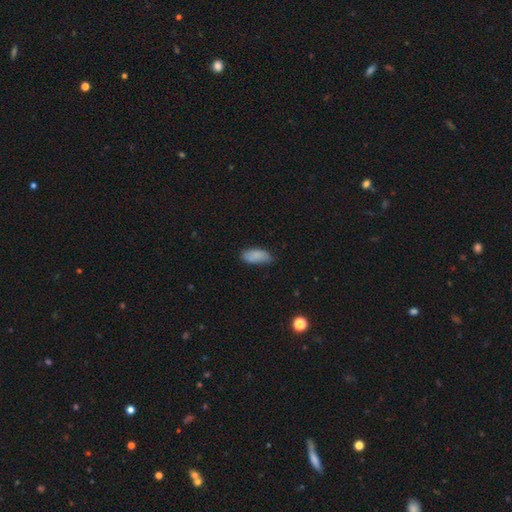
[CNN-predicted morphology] The model was most divided on "merging": none: 66%, minor disturbance: 27%, major disturbance: 5%, merger: 2%. More confident: how rounded — in between (87%); smooth or featured — smooth (86%).